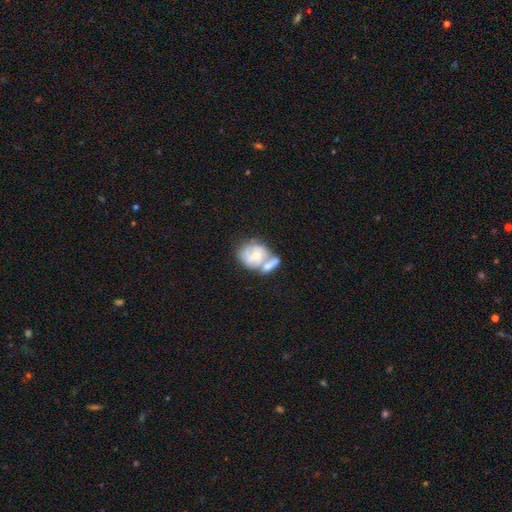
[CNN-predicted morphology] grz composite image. It shows a featured or disk galaxy (66%) with no bar (62%), spiral arms (73%) and a small central bulge (55%). Merging: merger (55%).